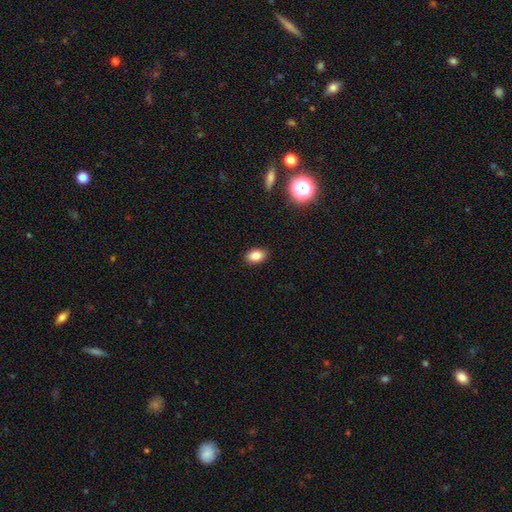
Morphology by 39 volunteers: smooth-or-featured: smooth: 90% | star or artifact: 10% | featured or disk: 0%
  how-rounded: in between: 74% | round: 23% | cigar-shaped: 3%
  merging: none: 86% | minor disturbance: 11% | merger: 3% | major disturbance: 0%